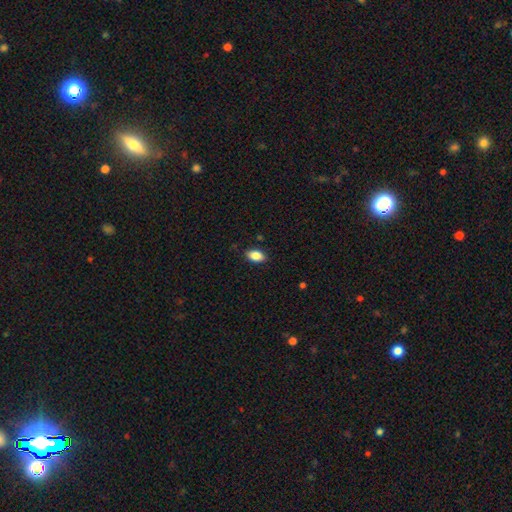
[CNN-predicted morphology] Q: Smooth or featured?
A: smooth (87%); runner-up: star or artifact (8%)
Q: How rounded?
A: in between (91%); runner-up: round (7%)
Q: Merging?
A: none (87%); runner-up: minor disturbance (10%)